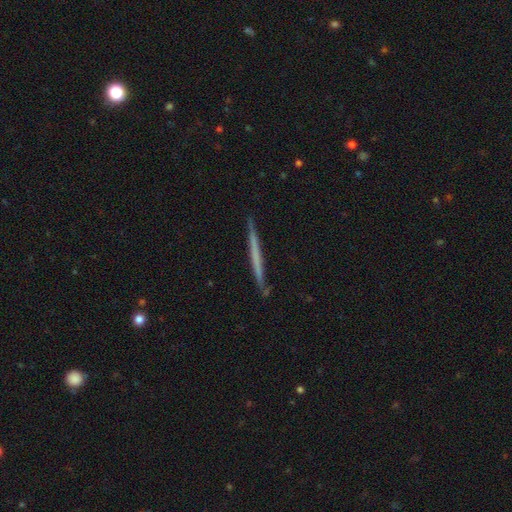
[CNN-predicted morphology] smooth_or_featured: featured or disk (p=0.51) [alt: smooth p=0.43]
disk_edge_on: yes (p=0.97) [alt: no p=0.03]
merging: none (p=0.88) [alt: minor disturbance p=0.09]